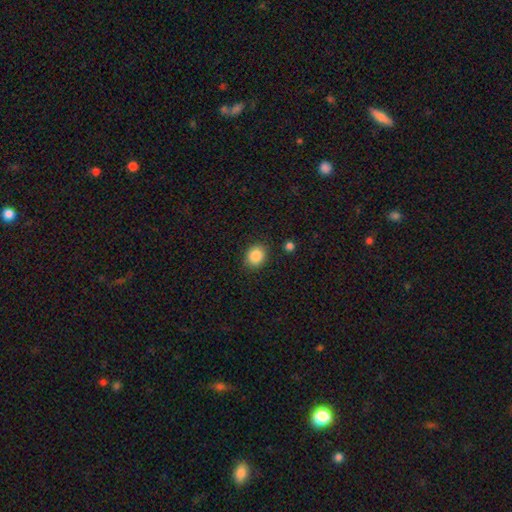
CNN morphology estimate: smooth 86%, star or artifact 9%, featured or disk 5%. Down the decision tree: how rounded — round (60%); merging — none (87%).